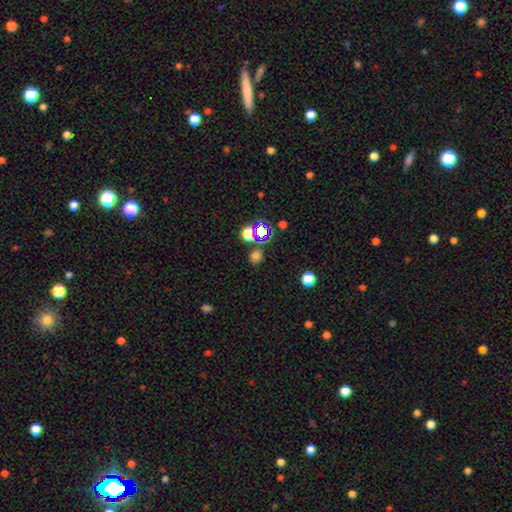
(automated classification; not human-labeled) Smooth or featured? smooth (66%)
How rounded? round (76%)
Merging? none (78%)